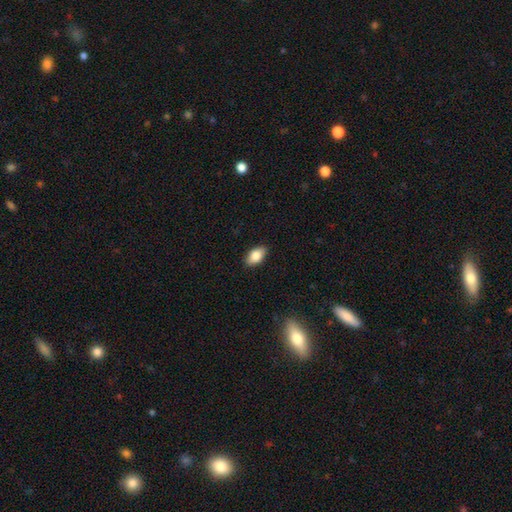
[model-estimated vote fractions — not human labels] This appears to be a smooth galaxy with no disk features (84%) that is in between round and cigar-shaped (92%). Merging: none (88%).